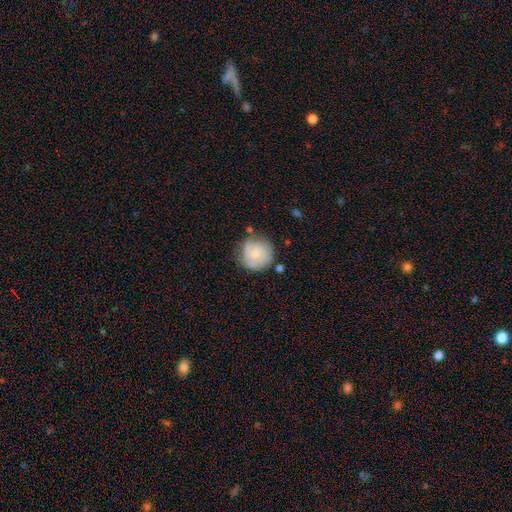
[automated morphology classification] Smooth or featured? smooth (67%)
How rounded? round (92%)
Merging? none (66%)